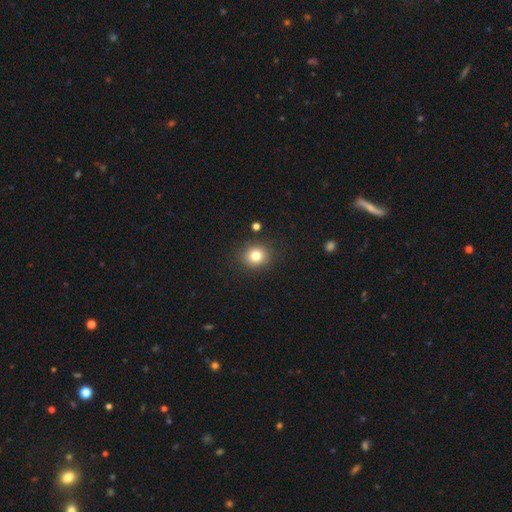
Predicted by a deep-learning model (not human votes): This appears to be a smooth galaxy with no disk features (80%) that is round (81%). Merging: none (87%).